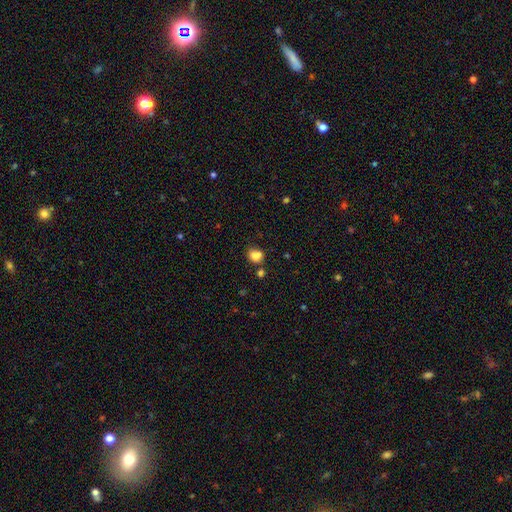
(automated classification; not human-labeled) Smooth or featured: smooth — 83% (star or artifact — 11%)
How rounded: round — 59% (in between — 40%)
Merging: none — 62% (minor disturbance — 18%)